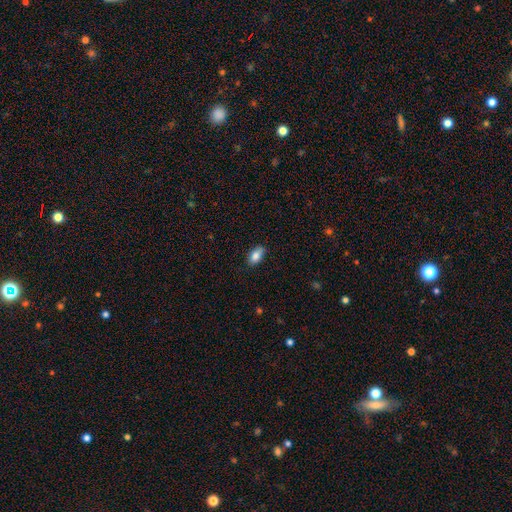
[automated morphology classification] Smooth or featured: smooth — 83% (featured or disk — 9%)
How rounded: in between — 90% (round — 5%)
Merging: none — 79% (minor disturbance — 17%)